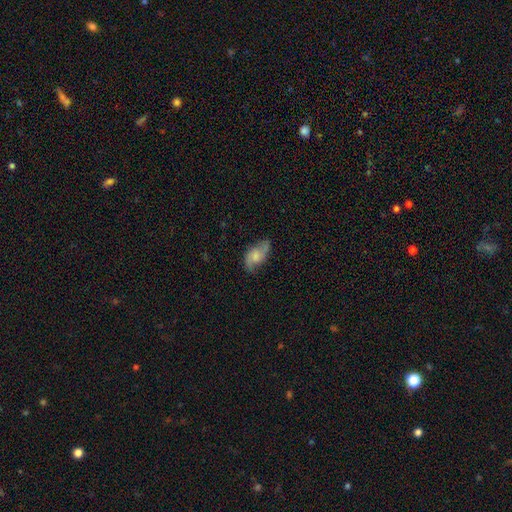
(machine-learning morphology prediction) The model was most divided on "bulge size": moderate: 37%, small: 35%, none: 17%, large: 9%, dominant: 2%. More confident: edge-on disk — no (95%); spiral arms — yes (89%); merging — none (69%); bar — no (61%); smooth or featured — featured or disk (57%).